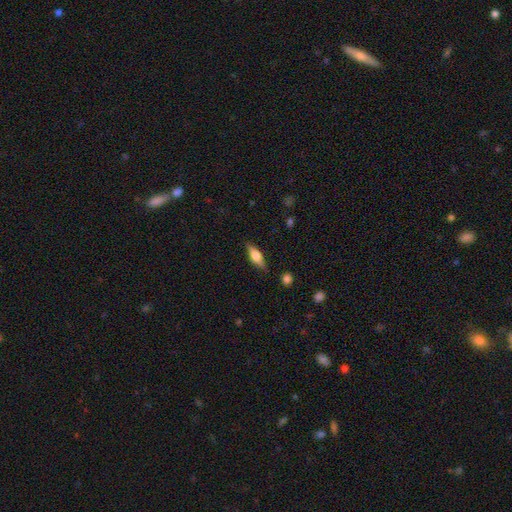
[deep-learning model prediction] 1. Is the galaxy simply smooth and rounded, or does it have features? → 55% featured or disk, 38% smooth, 7% star or artifact.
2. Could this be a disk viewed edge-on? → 95% yes, 5% no.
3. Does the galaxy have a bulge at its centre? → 89% rounded, 10% boxy, 2% none.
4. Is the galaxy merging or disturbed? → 85% none, 11% minor disturbance, 2% major disturbance, 1% merger.